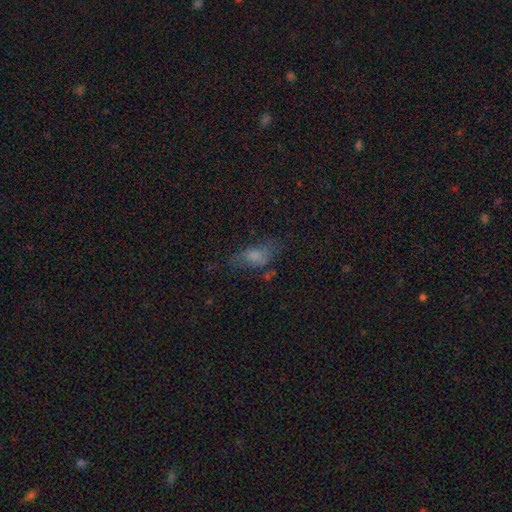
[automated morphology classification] Q: Smooth or featured?
A: smooth (62%); runner-up: featured or disk (23%)
Q: How rounded?
A: in between (81%); runner-up: cigar-shaped (12%)
Q: Merging?
A: none (48%); runner-up: minor disturbance (26%)